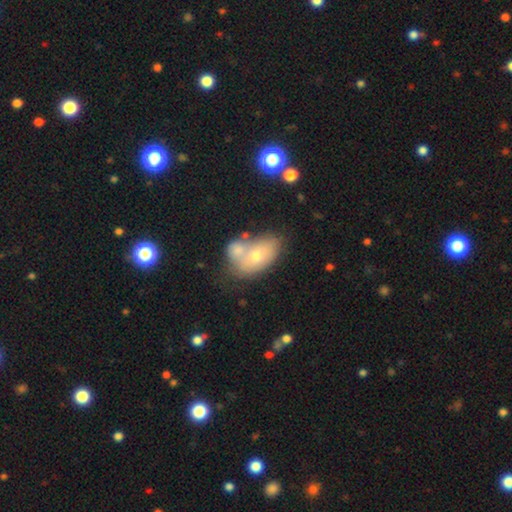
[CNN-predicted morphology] Smooth or featured? smooth (62%)
How rounded? in between (85%)
Merging? merger (55%)